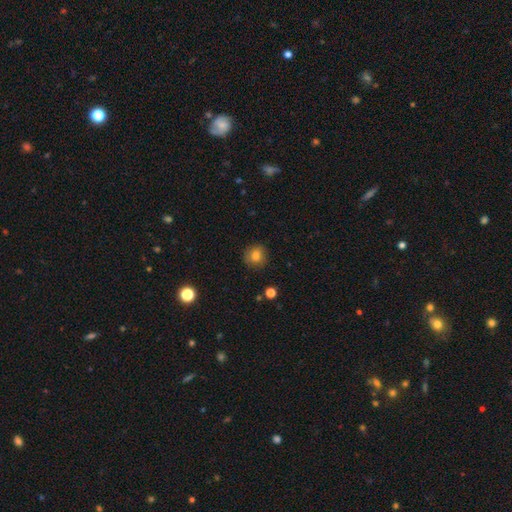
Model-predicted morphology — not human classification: This is likely a smooth galaxy (79%). How rounded: clearly round (88%). Merging: clearly none (85%).